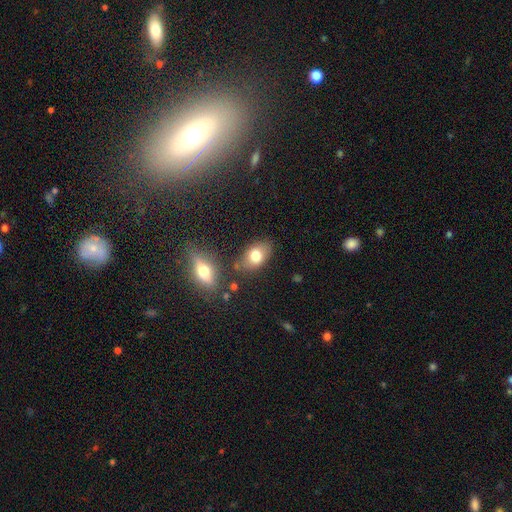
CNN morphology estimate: Q: Smooth or featured?
A: smooth (75%); runner-up: featured or disk (16%)
Q: How rounded?
A: in between (85%); runner-up: round (12%)
Q: Merging?
A: none (74%); runner-up: minor disturbance (15%)